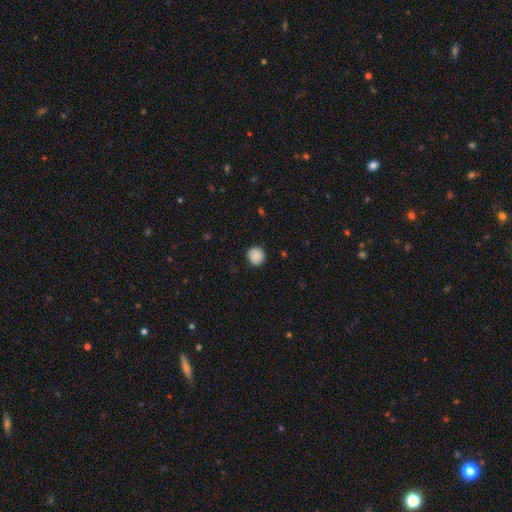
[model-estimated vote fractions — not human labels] smooth-or-featured: smooth: 89% | star or artifact: 8% | featured or disk: 3%
  how-rounded: round: 92% | in between: 7% | cigar-shaped: 1%
  merging: none: 88% | minor disturbance: 9% | major disturbance: 2% | merger: 1%